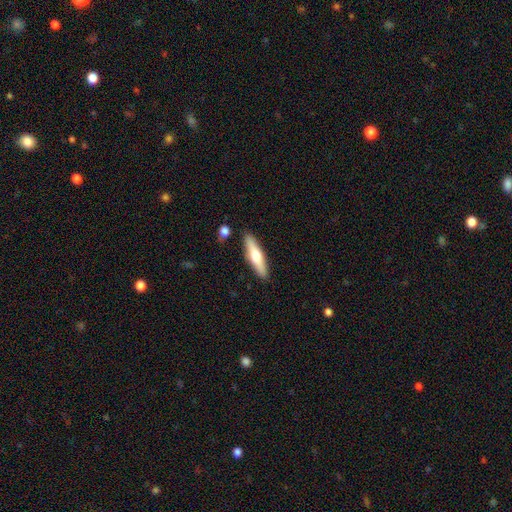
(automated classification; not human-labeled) A smooth galaxy with no disk features (53%) that is cigar-shaped (74%). Merging: none (86%).